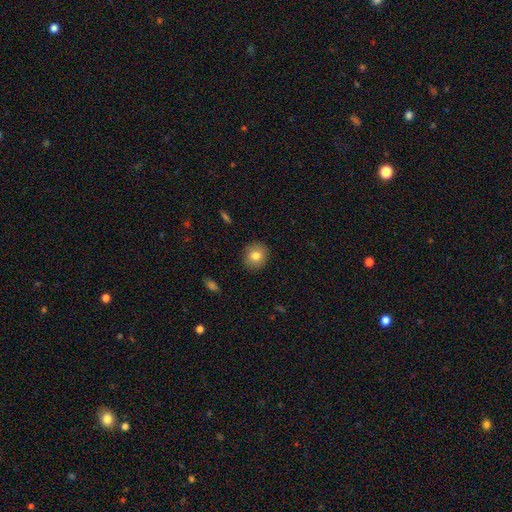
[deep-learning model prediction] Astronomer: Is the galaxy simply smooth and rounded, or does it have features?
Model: smooth — 80%.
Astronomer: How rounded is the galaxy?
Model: round — 83%.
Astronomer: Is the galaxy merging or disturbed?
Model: none — 90%.